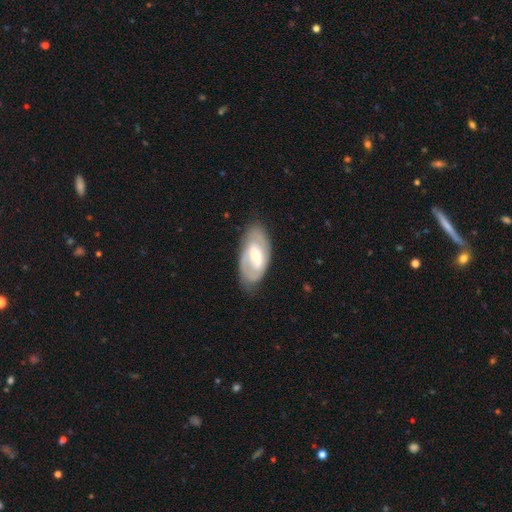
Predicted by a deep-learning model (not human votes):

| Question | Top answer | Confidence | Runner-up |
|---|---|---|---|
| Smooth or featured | featured or disk | 66% | smooth (28%) |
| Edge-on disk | no | 93% | yes (7%) |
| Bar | weak | 42% | strong (31%) |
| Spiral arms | yes | 65% | no (35%) |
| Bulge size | moderate | 52% | small (42%) |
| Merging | none | 74% | minor disturbance (18%) |